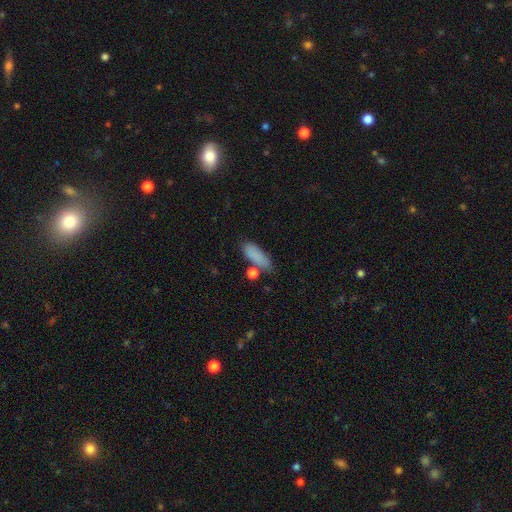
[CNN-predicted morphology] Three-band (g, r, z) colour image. It shows a smooth galaxy with no disk features (84%) that is in between round and cigar-shaped (62%). Merging: none (65%).